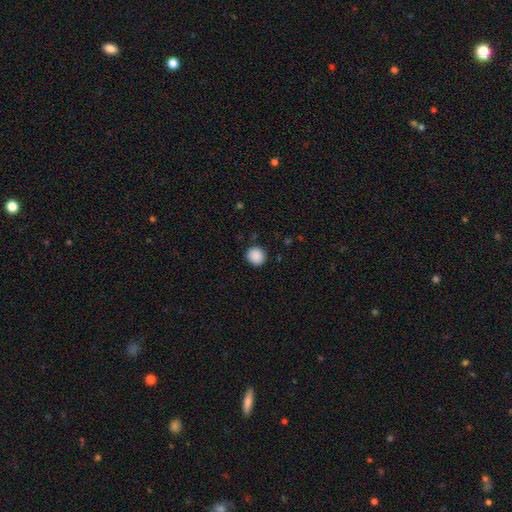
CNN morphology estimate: Smooth or featured? smooth (89%)
How rounded? round (90%)
Merging? none (91%)